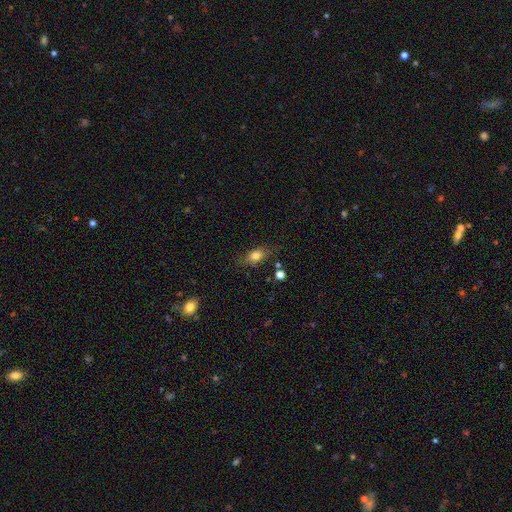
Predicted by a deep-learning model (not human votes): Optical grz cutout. It shows a smooth galaxy with no disk features (76%) that is in between round and cigar-shaped (75%). Merging: none (74%).